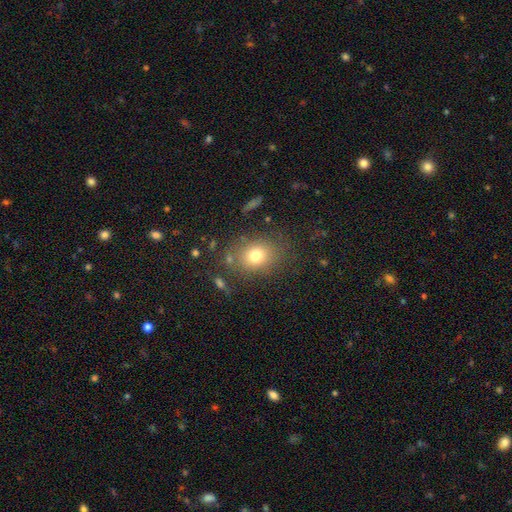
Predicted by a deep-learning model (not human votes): This appears to be a smooth galaxy with no disk features (76%) that is round (52%). Merging: none (78%).